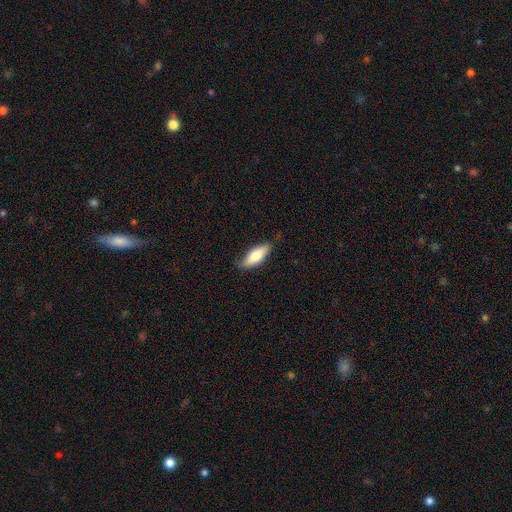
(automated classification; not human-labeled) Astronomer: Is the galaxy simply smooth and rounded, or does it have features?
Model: smooth — 66%.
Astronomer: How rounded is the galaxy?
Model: in between — 65%.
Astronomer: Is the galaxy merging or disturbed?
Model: none — 80%.